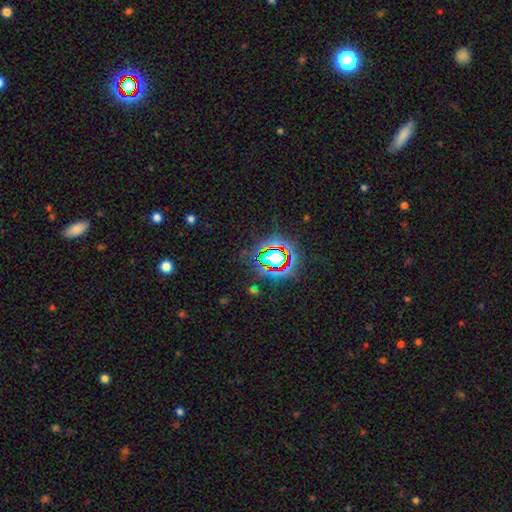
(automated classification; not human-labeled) Morphology: type=star or artifact (79%).